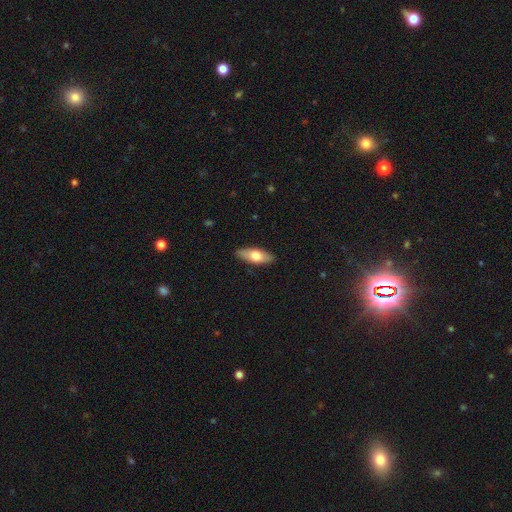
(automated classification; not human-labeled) Smooth or featured: smooth — 65% (featured or disk — 30%)
How rounded: in between — 72% (cigar-shaped — 26%)
Merging: none — 89% (minor disturbance — 8%)